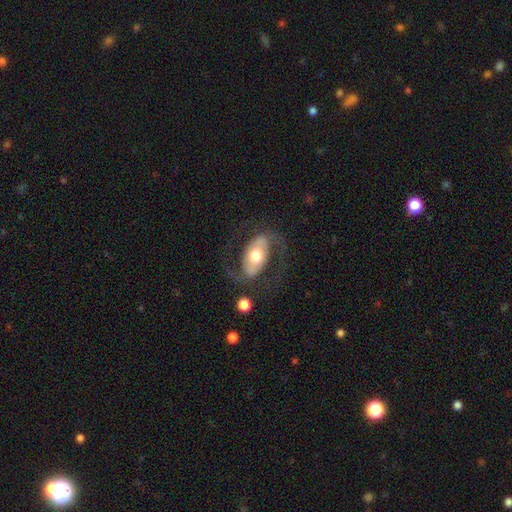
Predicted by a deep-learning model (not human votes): The model was most divided on "spiral winding": medium: 45%, loose: 40%, tight: 15%. Remaining: edge-on disk — no (94%); spiral arm count — 2 (89%); spiral arms — yes (77%); smooth or featured — featured or disk (72%); merging — none (70%); bulge size — moderate (67%); bar — no (42%).